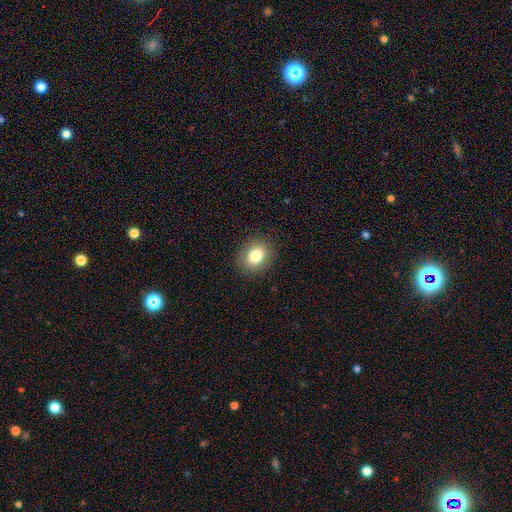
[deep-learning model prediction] This appears to be a smooth galaxy with no disk features (81%) that is round (55%). Merging: none (88%).